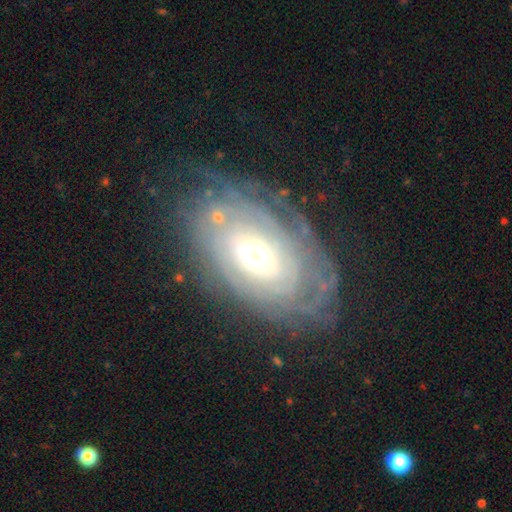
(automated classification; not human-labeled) Morphology: type=featured or disk (81%); edge-on=no (94%); bar=no (66%); spiral arms=yes (87%); winding=tight (76%); arm count=can't tell (50%); bulge=moderate (64%); merging=none (69%).